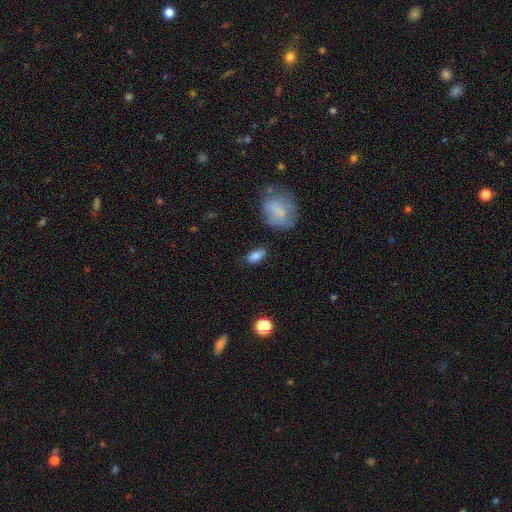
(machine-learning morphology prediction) Smooth or featured: smooth — 82% (featured or disk — 9%)
How rounded: in between — 87% (cigar-shaped — 8%)
Merging: none — 81% (minor disturbance — 13%)